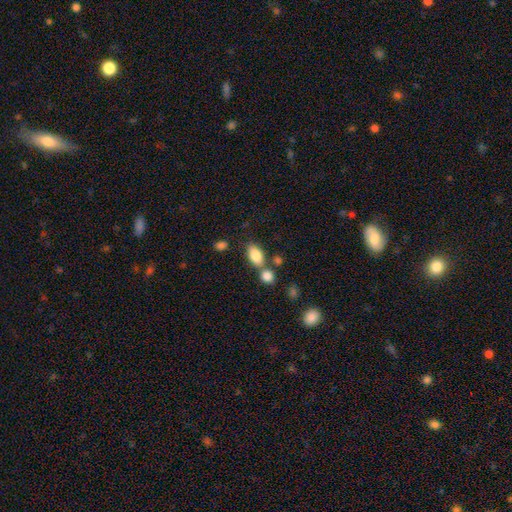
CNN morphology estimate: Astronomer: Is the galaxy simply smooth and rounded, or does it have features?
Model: smooth — 83%.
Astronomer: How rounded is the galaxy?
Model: in between — 88%.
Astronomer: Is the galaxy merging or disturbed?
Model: none — 58%.